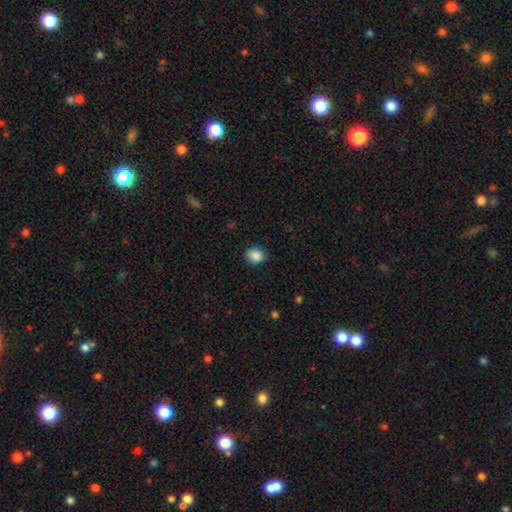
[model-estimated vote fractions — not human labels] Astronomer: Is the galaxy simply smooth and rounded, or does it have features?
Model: smooth — 87%.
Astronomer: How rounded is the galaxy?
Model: round — 62%.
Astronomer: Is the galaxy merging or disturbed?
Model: none — 84%.